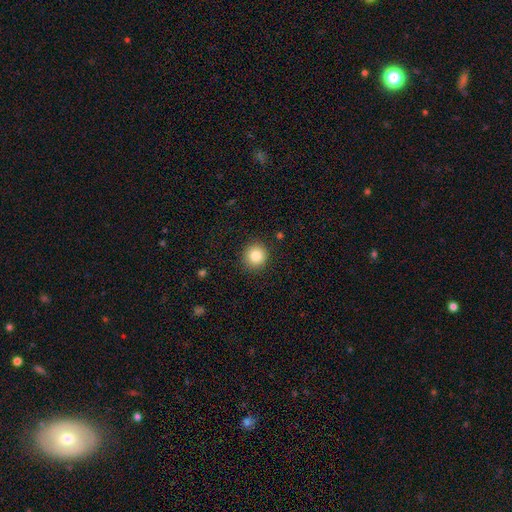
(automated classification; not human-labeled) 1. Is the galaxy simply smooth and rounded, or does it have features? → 83% smooth, 10% star or artifact, 7% featured or disk.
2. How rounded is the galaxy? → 92% round, 7% in between, 1% cigar-shaped.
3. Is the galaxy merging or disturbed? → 90% none, 7% minor disturbance, 2% major disturbance, 1% merger.